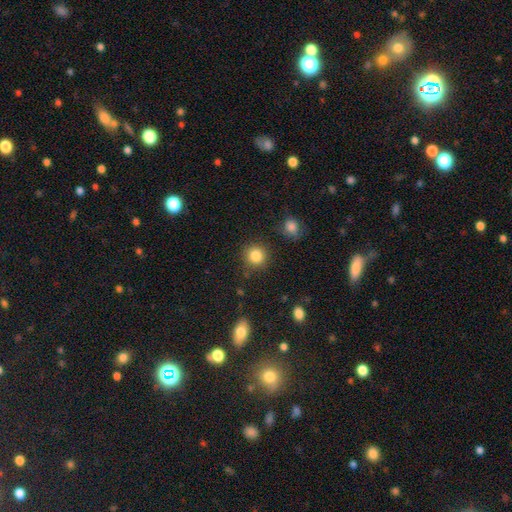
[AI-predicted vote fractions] Smooth or featured?
  - smooth: 84% *
  - star or artifact: 11%
  - featured or disk: 5%
How rounded?
  - round: 91% *
  - in between: 8%
  - cigar-shaped: 1%
Merging?
  - none: 85% *
  - minor disturbance: 9%
  - major disturbance: 3%
  - merger: 3%